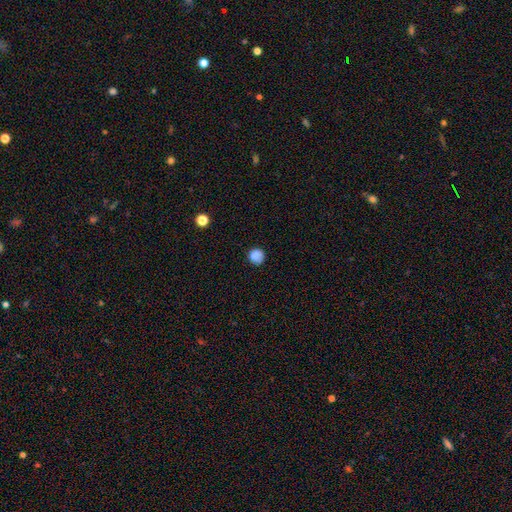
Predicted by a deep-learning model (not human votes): Q: Smooth or featured?
A: smooth (83%); runner-up: star or artifact (10%)
Q: How rounded?
A: round (89%); runner-up: in between (10%)
Q: Merging?
A: none (79%); runner-up: minor disturbance (15%)